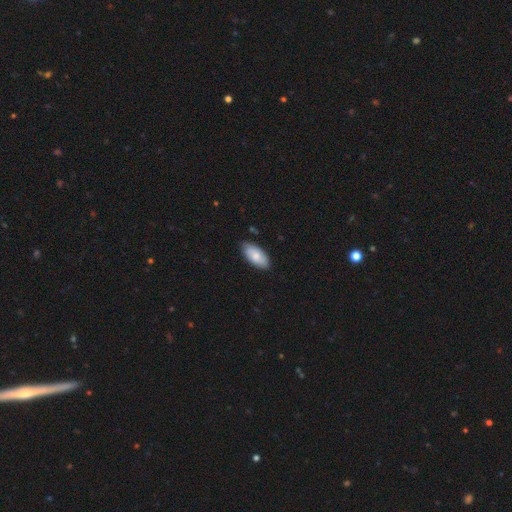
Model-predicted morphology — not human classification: smooth-or-featured: smooth: 78% | featured or disk: 17% | star or artifact: 6%
  how-rounded: in between: 93% | cigar-shaped: 5% | round: 2%
  merging: none: 83% | minor disturbance: 13% | major disturbance: 2% | merger: 1%